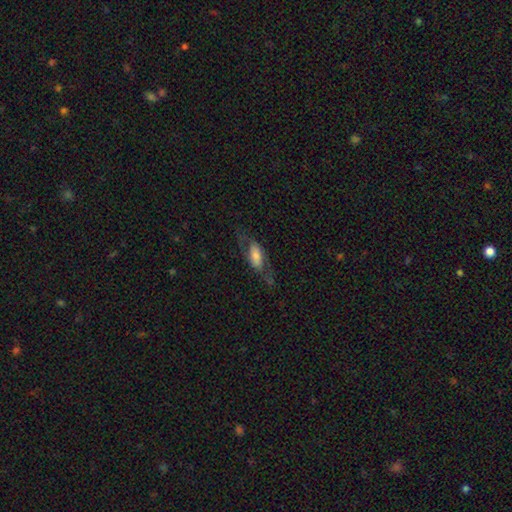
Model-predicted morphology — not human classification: Smooth or featured: smooth — 49% (featured or disk — 44%)
Merging: none — 57% (major disturbance — 22%)